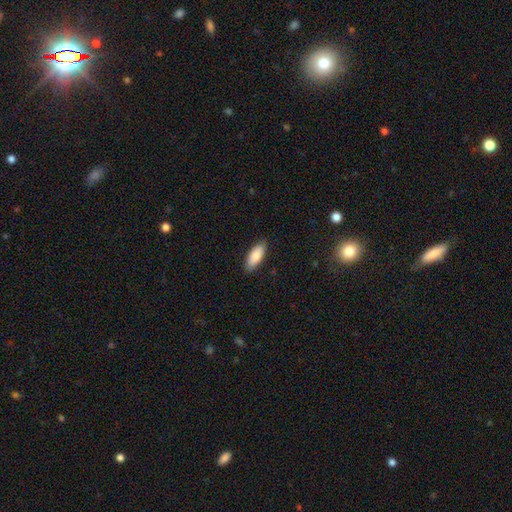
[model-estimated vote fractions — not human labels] The model was most divided on "how rounded": in between: 77%, cigar-shaped: 22%, round: 2%. More confident: merging — none (87%); smooth or featured — smooth (85%).